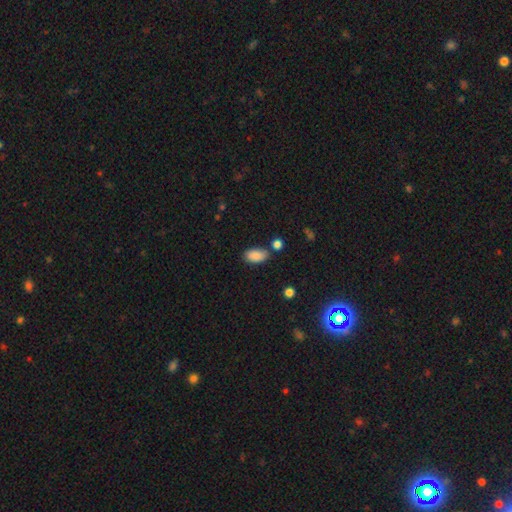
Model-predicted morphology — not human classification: Q: Smooth or featured?
A: smooth (88%); runner-up: star or artifact (8%)
Q: How rounded?
A: in between (94%); runner-up: round (4%)
Q: Merging?
A: none (74%); runner-up: minor disturbance (14%)